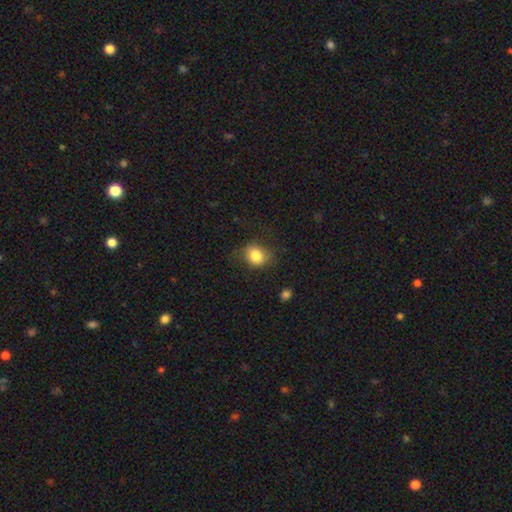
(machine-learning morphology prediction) smooth 82%, star or artifact 9%, featured or disk 9%. Down the decision tree: how rounded — round (61%); merging — none (68%).